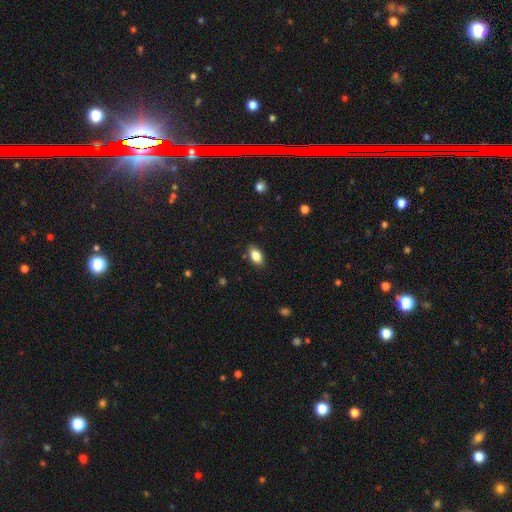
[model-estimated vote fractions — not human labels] A smooth galaxy with no disk features (83%) that is in between round and cigar-shaped (90%).

Vote fractions:
- Smooth or featured? smooth: 83% / featured or disk: 9% / star or artifact: 8%
- How rounded? in between: 90% / round: 6% / cigar-shaped: 4%
- Merging? none: 87% / minor disturbance: 10% / major disturbance: 2% / merger: 1%